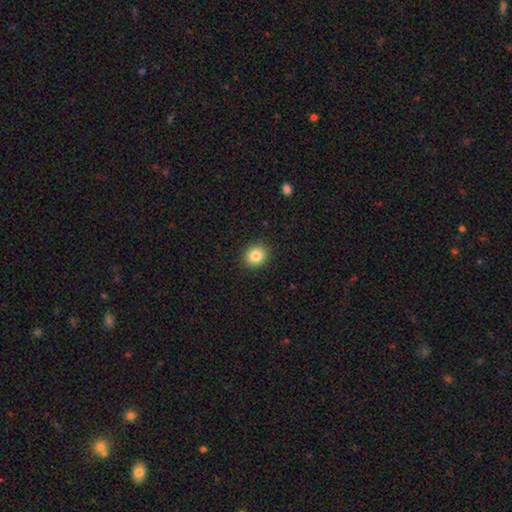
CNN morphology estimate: The model was most divided on "how rounded": round: 79%, in between: 21%, cigar-shaped: 1%. More confident: merging — none (91%); smooth or featured — smooth (84%).